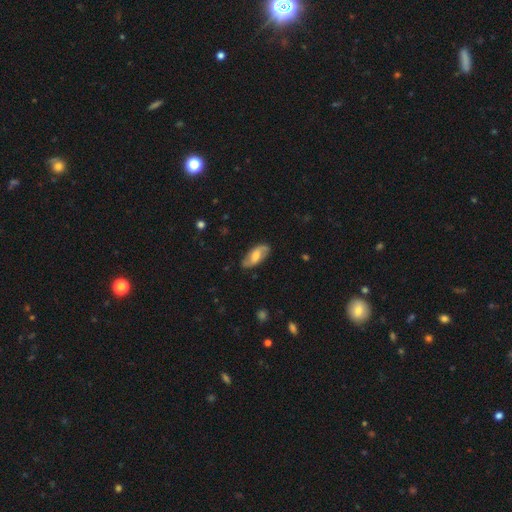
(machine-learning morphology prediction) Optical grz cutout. It shows a featured or disk galaxy (60%) with a weak bar (45%), spiral arms (88%) and a moderate central bulge (56%). Merging: none (82%).